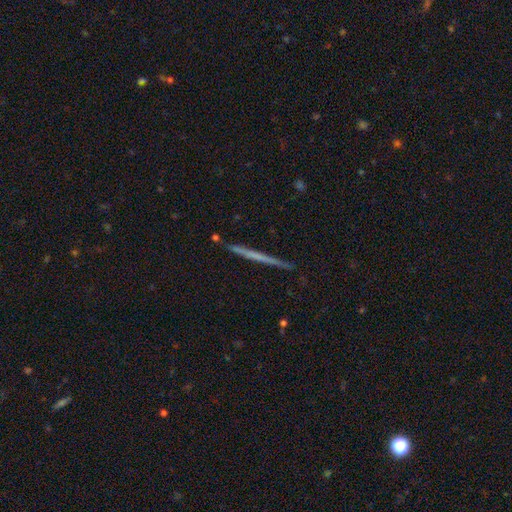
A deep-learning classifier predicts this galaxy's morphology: A featured or disk galaxy (55%) viewed edge-on (98%) with no central bulge (91%). Merging: none (91%).